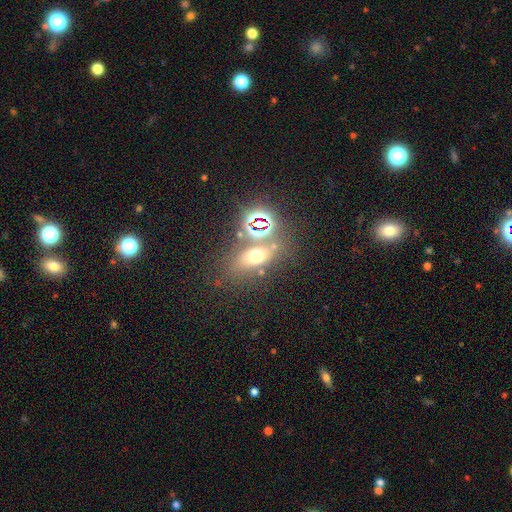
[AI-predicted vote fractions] Overall: smooth (50%; star or artifact 32%). How rounded: in between (60%; round 32%). Merging: none (65%).